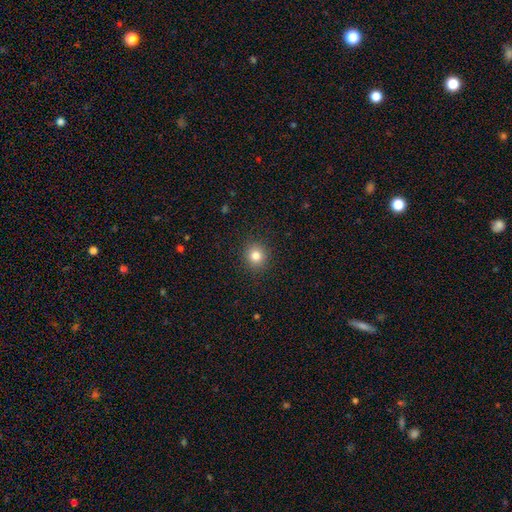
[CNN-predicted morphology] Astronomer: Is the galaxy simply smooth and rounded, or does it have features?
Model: smooth — 82%.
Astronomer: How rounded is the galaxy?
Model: round — 90%.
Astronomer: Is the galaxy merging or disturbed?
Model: none — 91%.